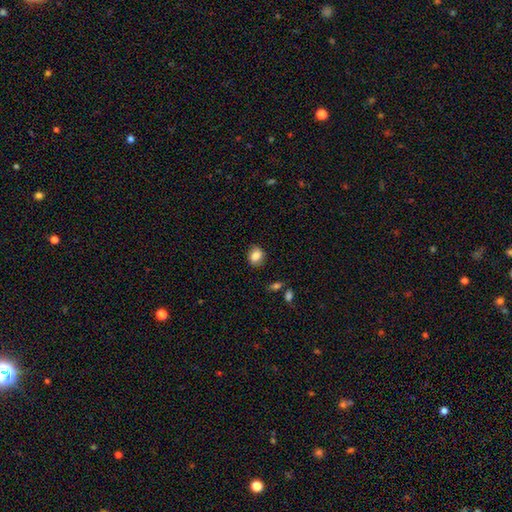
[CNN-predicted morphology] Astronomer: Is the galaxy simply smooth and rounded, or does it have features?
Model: smooth — 84%.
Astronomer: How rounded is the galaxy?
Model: round — 53% (runner-up: in between, 46%).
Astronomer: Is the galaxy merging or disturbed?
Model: none — 82%.